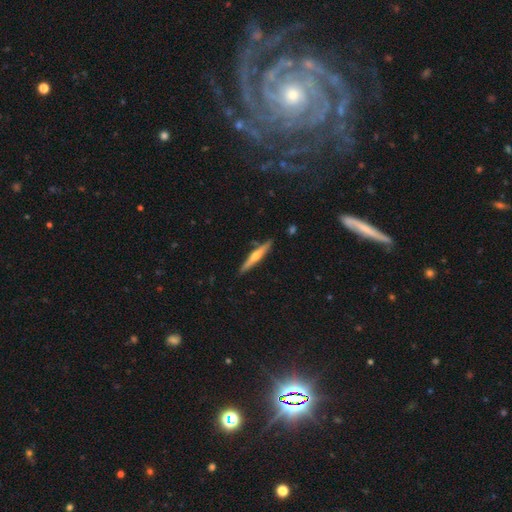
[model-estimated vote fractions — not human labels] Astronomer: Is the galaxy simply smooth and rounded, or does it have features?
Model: featured or disk — 63%.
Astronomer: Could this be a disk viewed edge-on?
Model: yes — 97%.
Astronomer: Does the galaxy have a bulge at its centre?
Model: rounded — 80%.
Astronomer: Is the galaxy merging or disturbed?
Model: none — 87%.